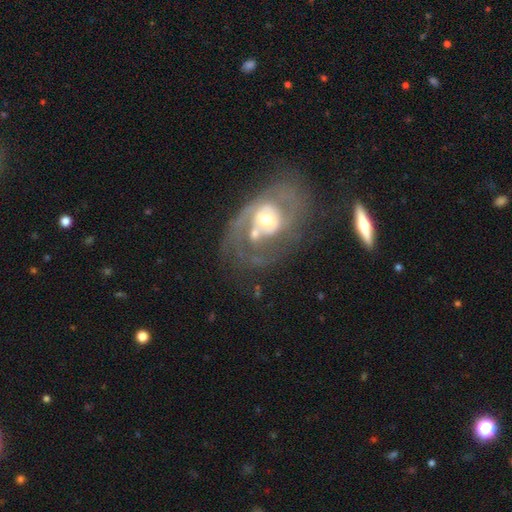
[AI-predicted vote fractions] Smooth or featured? Predicted: featured or disk (p=0.79). Edge-on disk? Predicted: no (p=0.95). Bar? Predicted: no (p=0.55). Spiral arms? Predicted: yes (p=0.82). Spiral winding? Predicted: tight (p=0.49). Spiral arm count? Predicted: 2 (p=0.44). Bulge size? Predicted: moderate (p=0.65). Merging? Predicted: none (p=0.65).